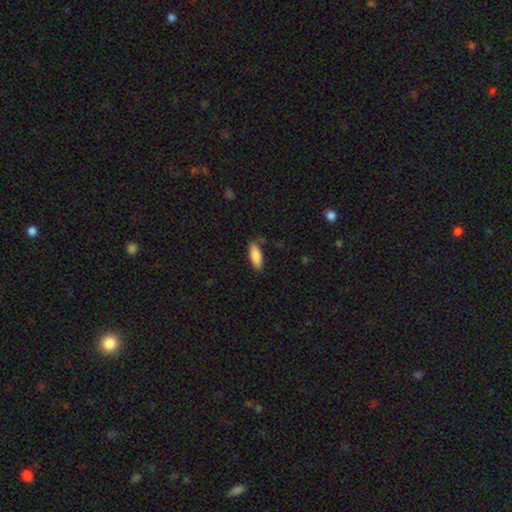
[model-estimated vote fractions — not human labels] Smooth or featured?
  - smooth: 86% *
  - featured or disk: 7%
  - star or artifact: 6%
How rounded?
  - in between: 68% *
  - cigar-shaped: 31%
  - round: 2%
Merging?
  - none: 77% *
  - minor disturbance: 17%
  - major disturbance: 3%
  - merger: 2%